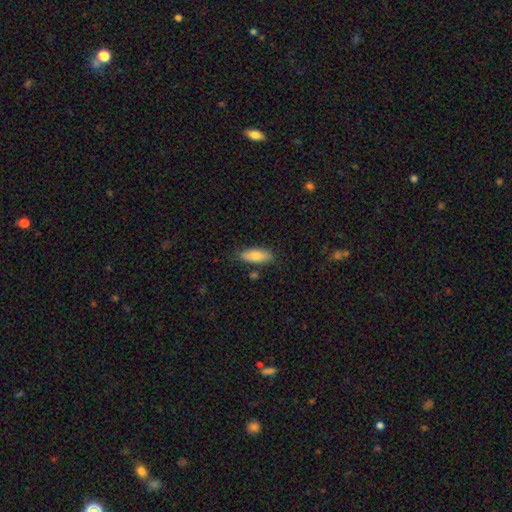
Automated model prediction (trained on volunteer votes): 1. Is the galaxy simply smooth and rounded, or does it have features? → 81% smooth, 13% featured or disk, 6% star or artifact.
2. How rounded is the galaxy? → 69% in between, 29% cigar-shaped, 2% round.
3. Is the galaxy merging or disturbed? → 81% none, 14% minor disturbance, 3% merger, 3% major disturbance.